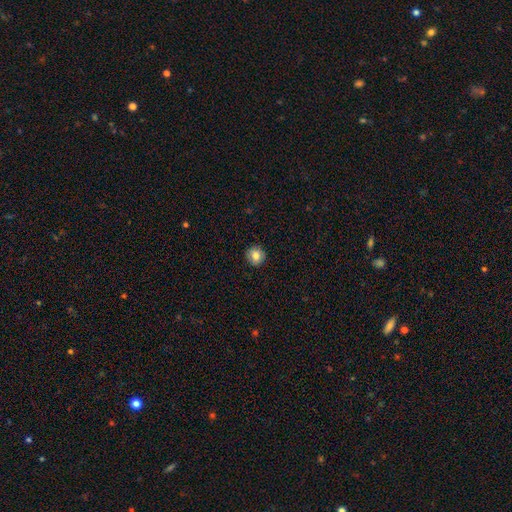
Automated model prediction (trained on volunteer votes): Q: Smooth or featured?
A: smooth (81%); runner-up: featured or disk (10%)
Q: How rounded?
A: round (93%); runner-up: in between (7%)
Q: Merging?
A: none (91%); runner-up: minor disturbance (7%)